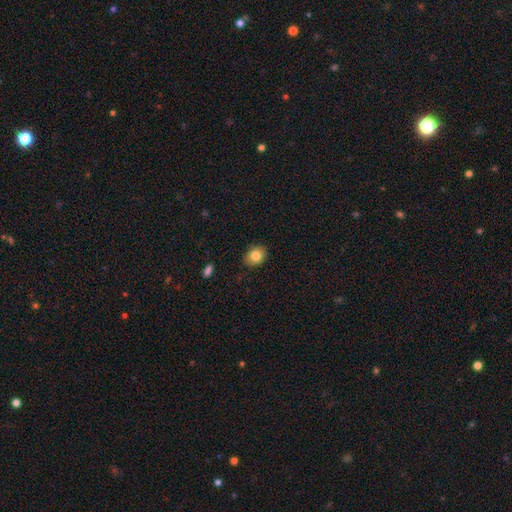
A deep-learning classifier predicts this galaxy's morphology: Overall: smooth (82%). How rounded: in between (58%; round 41%). Merging: none (86%).